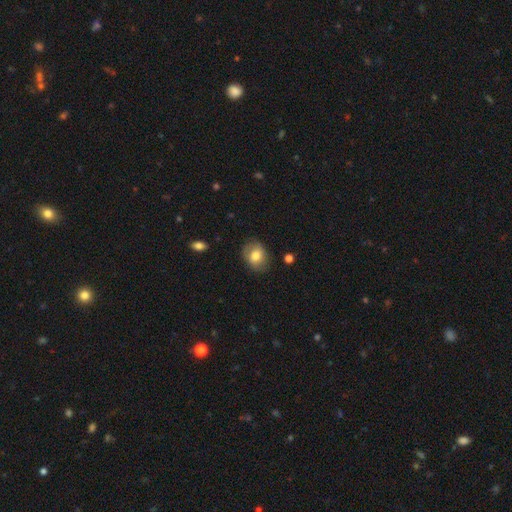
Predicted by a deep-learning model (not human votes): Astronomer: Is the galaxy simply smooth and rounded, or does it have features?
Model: smooth — 77%.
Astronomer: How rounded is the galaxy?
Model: in between — 54% (runner-up: round, 45%).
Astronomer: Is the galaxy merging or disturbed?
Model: none — 79%.